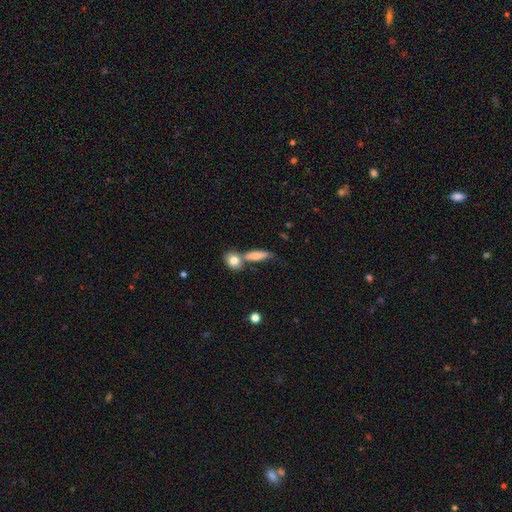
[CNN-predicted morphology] A smooth galaxy with no disk features (76%) that is cigar-shaped (48%).

Vote fractions:
- Smooth or featured? smooth: 76% / featured or disk: 16% / star or artifact: 7%
- How rounded? cigar-shaped: 48% / in between: 45% / round: 7%
- Merging? none: 48% / merger: 31% / minor disturbance: 15% / major disturbance: 6%